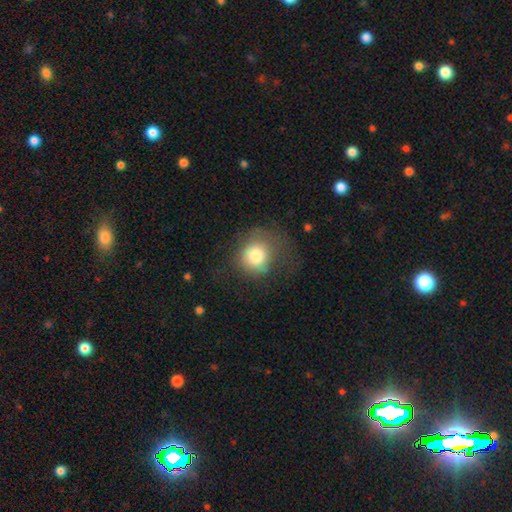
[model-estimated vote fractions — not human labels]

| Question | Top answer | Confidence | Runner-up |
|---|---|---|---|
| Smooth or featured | smooth | 80% | featured or disk (11%) |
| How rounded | round | 80% | in between (19%) |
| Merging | none | 51% | minor disturbance (24%) |